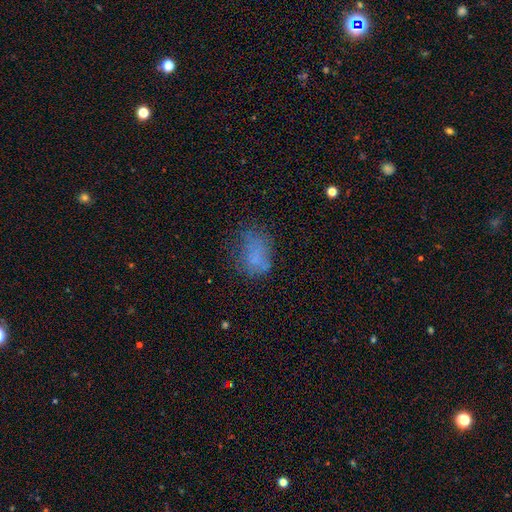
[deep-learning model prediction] Smooth or featured: smooth — 62% (featured or disk — 21%)
How rounded: in between — 70% (round — 28%)
Merging: none — 47% (minor disturbance — 26%)